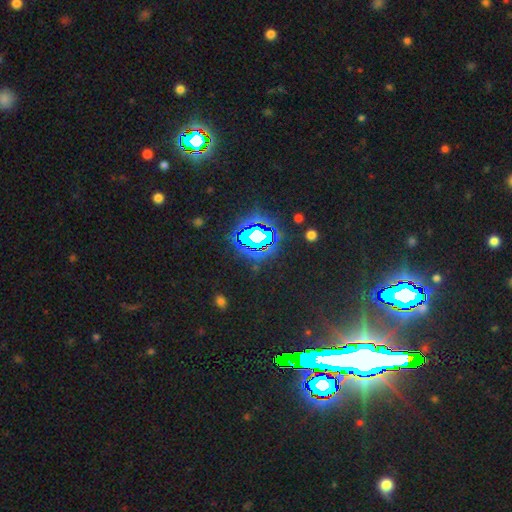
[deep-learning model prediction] smooth_or_featured: star or artifact (p=0.82) [alt: smooth p=0.09]